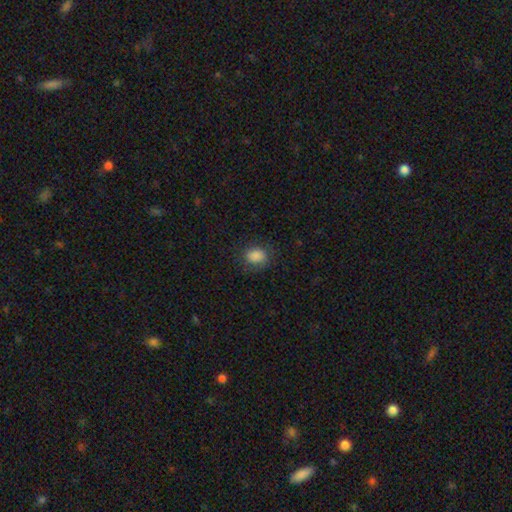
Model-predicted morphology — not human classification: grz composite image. It shows a smooth galaxy with no disk features (84%) that is in between round and cigar-shaped (53%). Merging: none (76%).